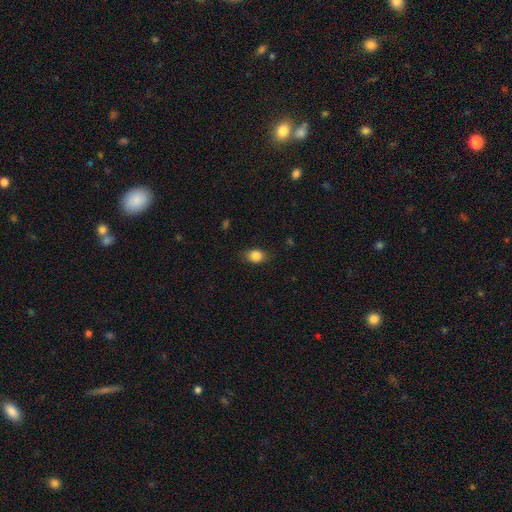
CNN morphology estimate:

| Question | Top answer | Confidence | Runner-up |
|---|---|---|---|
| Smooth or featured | smooth | 84% | star or artifact (9%) |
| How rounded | in between | 72% | round (26%) |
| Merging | none | 79% | minor disturbance (16%) |